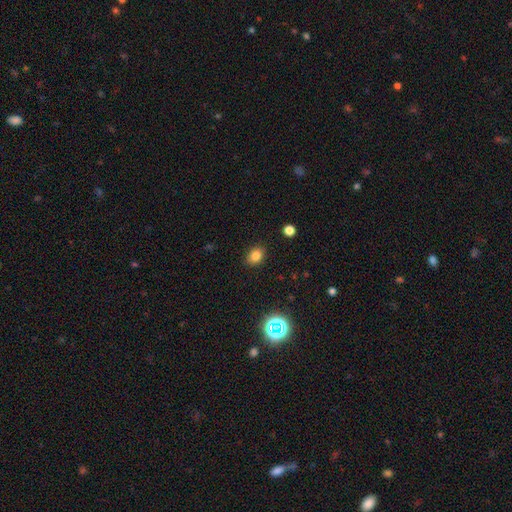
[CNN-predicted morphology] A smooth galaxy with no disk features (81%) that is in between round and cigar-shaped (65%).

Vote fractions:
- Smooth or featured? smooth: 81% / star or artifact: 14% / featured or disk: 5%
- How rounded? in between: 65% / round: 34% / cigar-shaped: 1%
- Merging? none: 87% / minor disturbance: 9% / major disturbance: 2% / merger: 1%